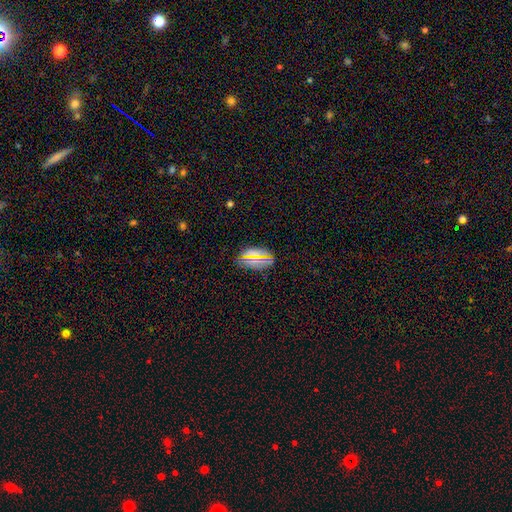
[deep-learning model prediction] smooth-or-featured: smooth: 74% | star or artifact: 16% | featured or disk: 10%
  how-rounded: in between: 90% | round: 5% | cigar-shaped: 5%
  merging: none: 82% | minor disturbance: 13% | major disturbance: 3% | merger: 2%